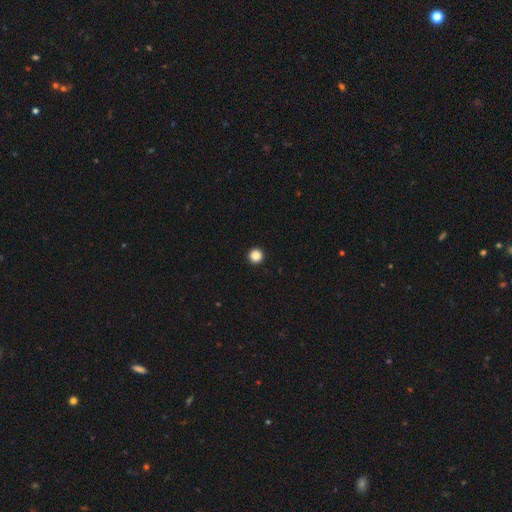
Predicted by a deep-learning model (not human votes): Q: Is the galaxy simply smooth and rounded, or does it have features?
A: smooth — 88%.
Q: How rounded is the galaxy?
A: round — 97%.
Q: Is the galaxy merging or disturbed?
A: none — 94%.